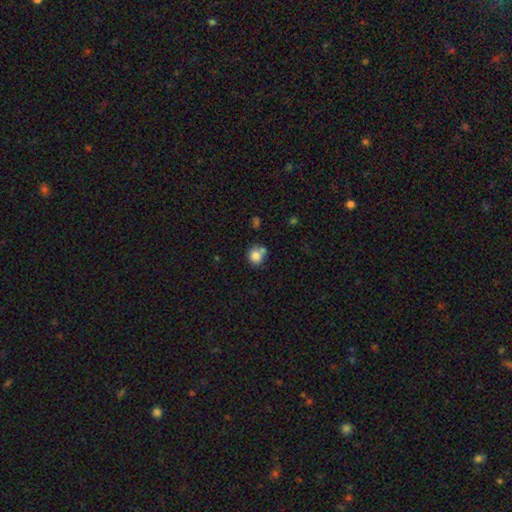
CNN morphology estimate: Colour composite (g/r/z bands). It shows a smooth galaxy with no disk features (81%) that is round (84%). Merging: none (60%).